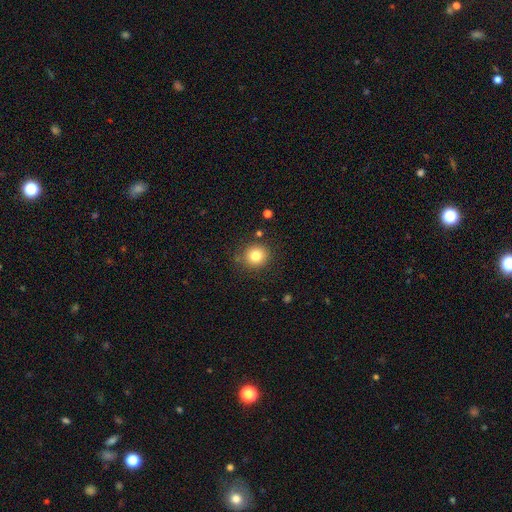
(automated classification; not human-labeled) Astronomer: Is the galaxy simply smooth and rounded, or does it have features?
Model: smooth — 80%.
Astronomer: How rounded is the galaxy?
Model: round — 89%.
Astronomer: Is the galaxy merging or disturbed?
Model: none — 84%.